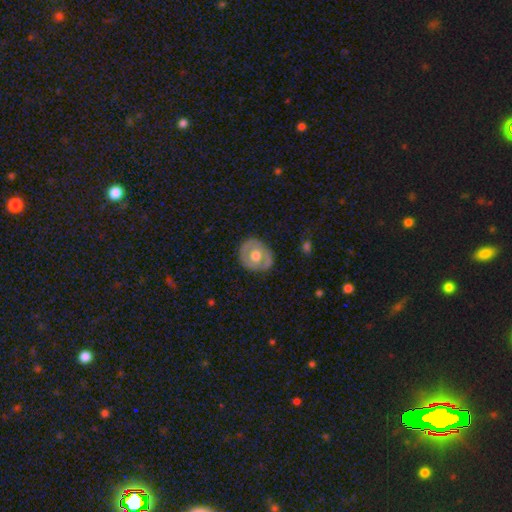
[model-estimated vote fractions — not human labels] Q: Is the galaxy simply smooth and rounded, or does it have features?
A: featured or disk — 53%.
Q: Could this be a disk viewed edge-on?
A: no — 95%.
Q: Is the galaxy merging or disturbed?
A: none — 79%.